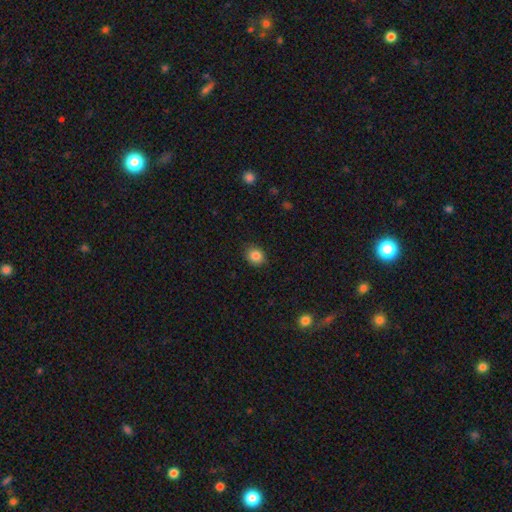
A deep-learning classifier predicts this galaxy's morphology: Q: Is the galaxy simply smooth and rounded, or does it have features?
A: smooth — 85%.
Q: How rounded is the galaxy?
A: round — 67%.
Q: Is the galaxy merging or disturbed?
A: none — 89%.